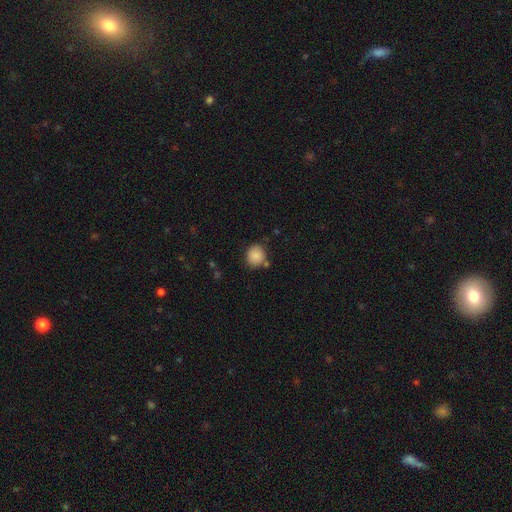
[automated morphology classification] Smooth or featured: smooth — 88% (star or artifact — 9%)
How rounded: round — 77% (in between — 22%)
Merging: none — 76% (minor disturbance — 13%)